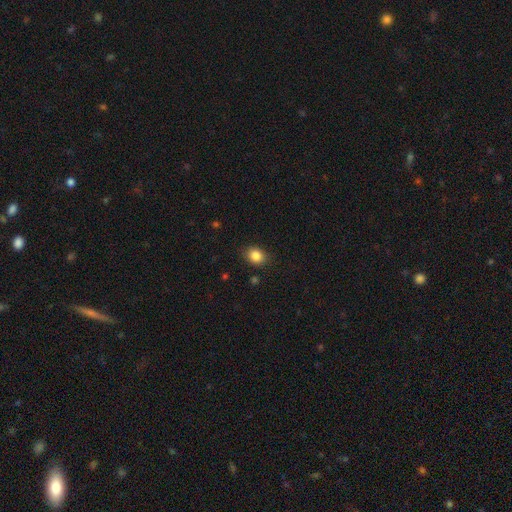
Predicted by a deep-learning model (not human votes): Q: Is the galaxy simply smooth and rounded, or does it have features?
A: smooth — 85%.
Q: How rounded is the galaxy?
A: in between — 50%.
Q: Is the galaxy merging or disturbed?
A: none — 86%.